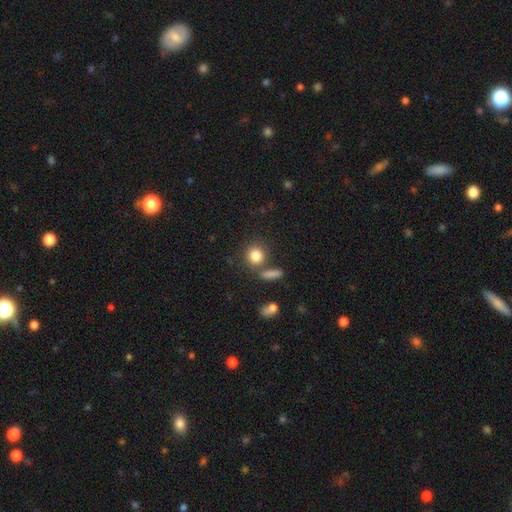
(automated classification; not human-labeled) Smooth or featured? Predicted: smooth (p=0.83). How rounded? Predicted: round (p=0.82). Merging? Predicted: none (p=0.72).